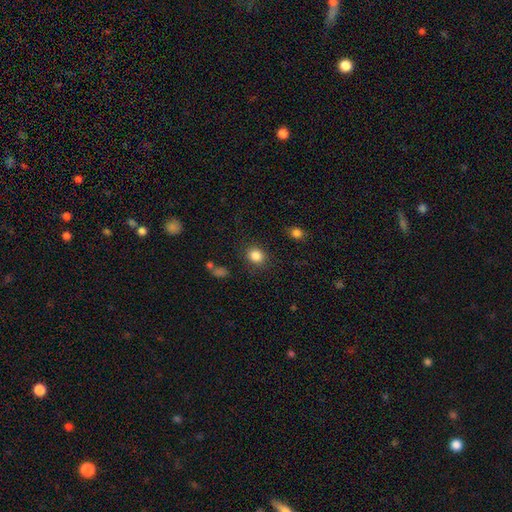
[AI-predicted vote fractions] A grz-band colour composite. It shows a smooth galaxy with no disk features (85%) that is round (72%). Merging: none (85%).